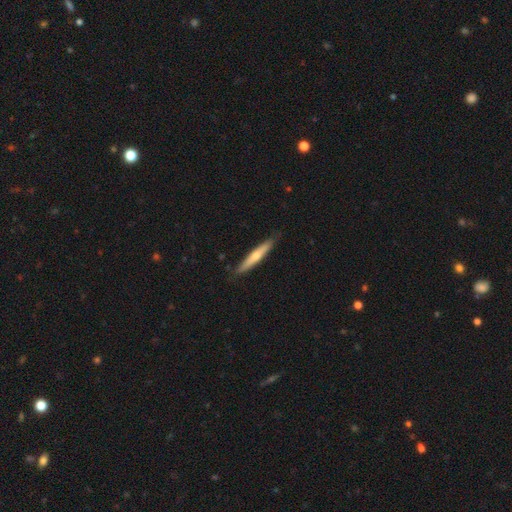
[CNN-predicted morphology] smooth 50%, featured or disk 45%, star or artifact 5%. Down the decision tree: how rounded — cigar-shaped (92%); merging — none (86%).